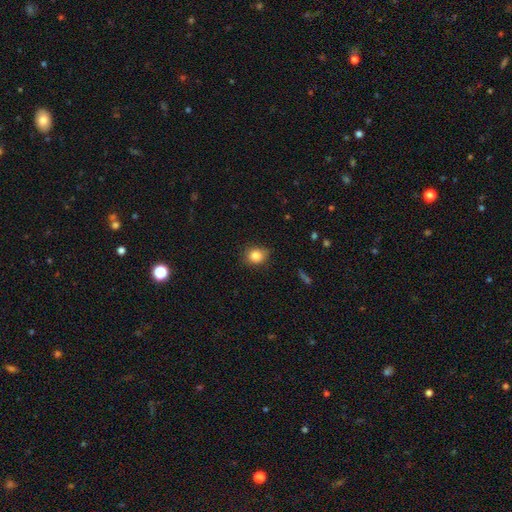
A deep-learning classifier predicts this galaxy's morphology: This is clearly a smooth galaxy (83%). How rounded: likely round (64%). Merging: clearly none (80%).